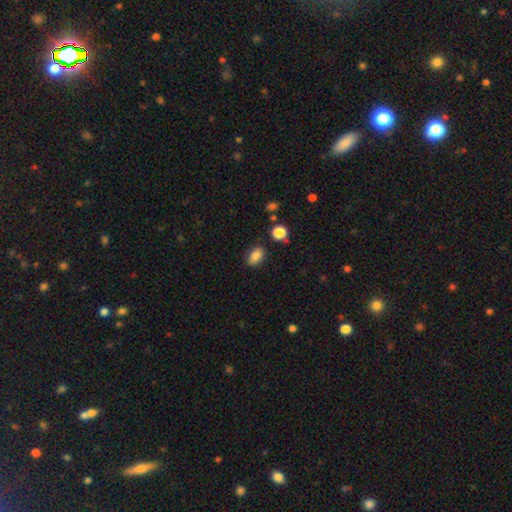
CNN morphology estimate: A smooth galaxy with no disk features (84%) that is in between round and cigar-shaped (83%).

Vote fractions:
- Smooth or featured? smooth: 84% / star or artifact: 9% / featured or disk: 7%
- How rounded? in between: 83% / round: 15% / cigar-shaped: 2%
- Merging? none: 83% / minor disturbance: 12% / major disturbance: 3% / merger: 3%